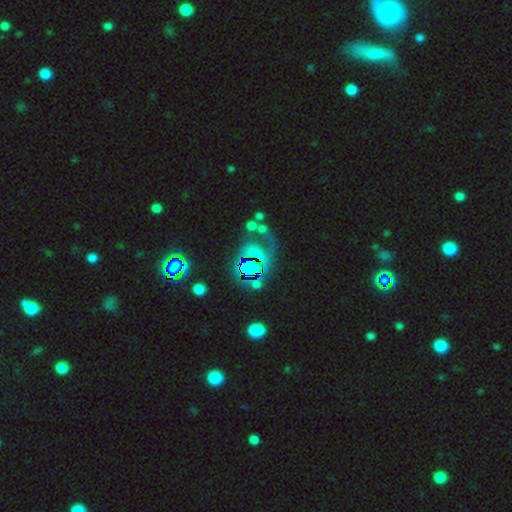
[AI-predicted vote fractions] A star or artifact, not a galaxy (38%).

Vote fractions:
- Smooth or featured? star or artifact: 38% / featured or disk: 36% / smooth: 26%